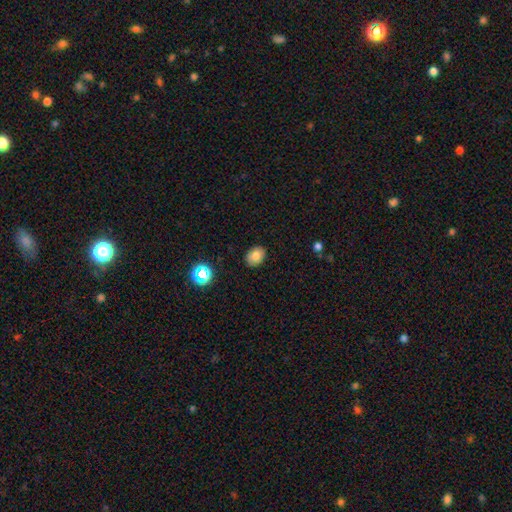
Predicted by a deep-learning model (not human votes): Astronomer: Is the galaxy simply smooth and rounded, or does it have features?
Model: smooth — 78%.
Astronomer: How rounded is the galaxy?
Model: in between — 63%.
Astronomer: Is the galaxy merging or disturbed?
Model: none — 88%.